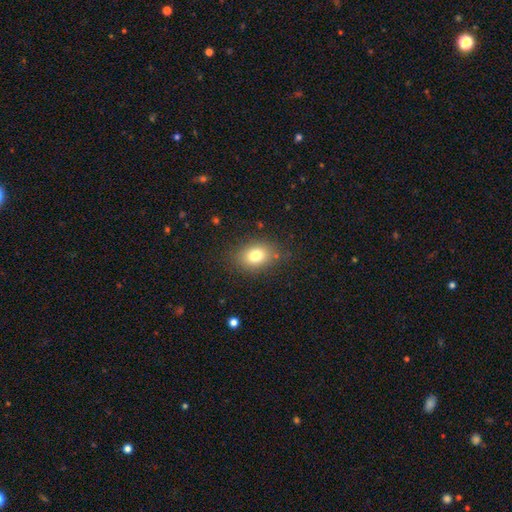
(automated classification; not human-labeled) smooth_or_featured: smooth (p=0.79) [alt: star or artifact p=0.11]
how_rounded: in between (p=0.68) [alt: round p=0.31]
merging: none (p=0.81) [alt: minor disturbance p=0.13]